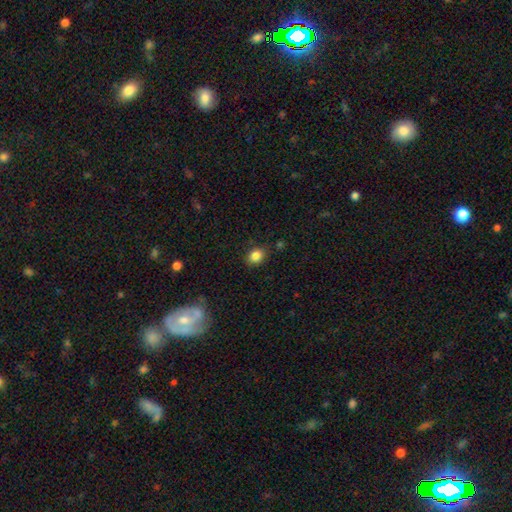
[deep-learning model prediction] Smooth or featured: smooth — 84% (star or artifact — 10%)
How rounded: in between — 56% (round — 43%)
Merging: none — 84% (minor disturbance — 11%)